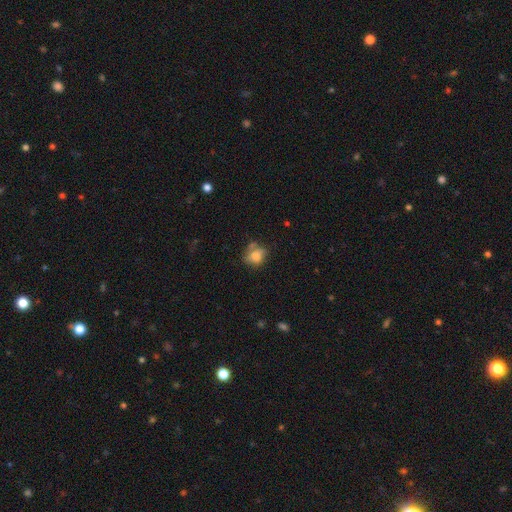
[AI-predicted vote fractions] Q: Smooth or featured?
A: smooth (77%); runner-up: featured or disk (12%)
Q: How rounded?
A: round (60%); runner-up: in between (39%)
Q: Merging?
A: none (52%); runner-up: minor disturbance (25%)